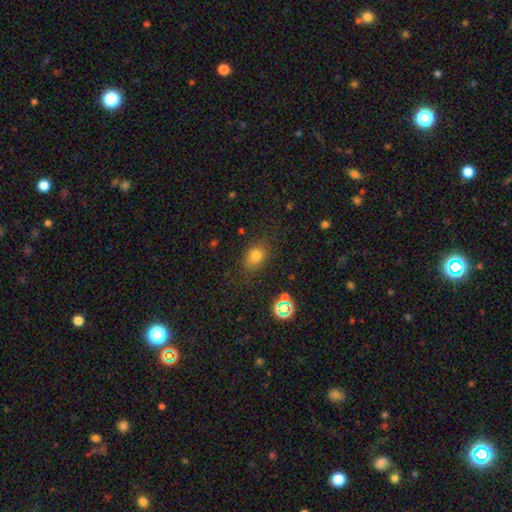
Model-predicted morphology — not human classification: This appears to be a smooth galaxy with no disk features (74%) that is in between round and cigar-shaped (59%). Merging: none (74%).